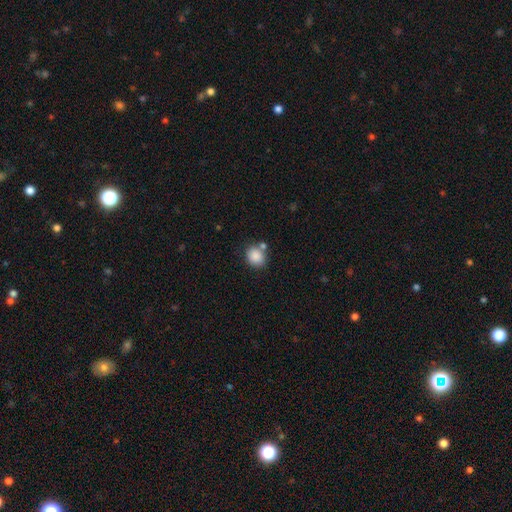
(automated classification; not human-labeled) A smooth galaxy with no disk features (87%) that is round (69%). Merging: none (68%).